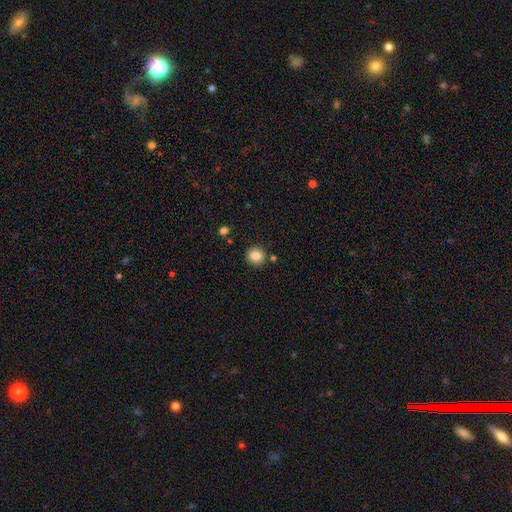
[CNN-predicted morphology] Smooth or featured?
  - smooth: 83% *
  - star or artifact: 10%
  - featured or disk: 7%
How rounded?
  - round: 89% *
  - in between: 10%
  - cigar-shaped: 1%
Merging?
  - none: 86% *
  - minor disturbance: 8%
  - merger: 4%
  - major disturbance: 2%